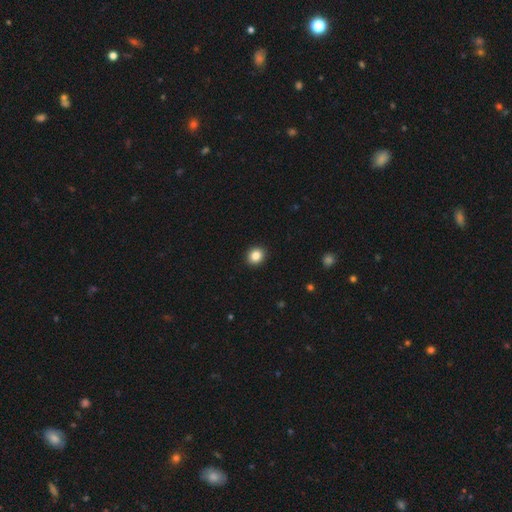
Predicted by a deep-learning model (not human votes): smooth 86%, star or artifact 10%, featured or disk 5%. Down the decision tree: how rounded — round (77%); merging — none (93%).